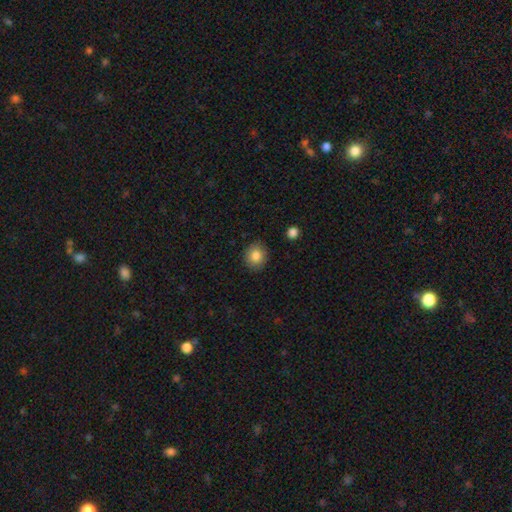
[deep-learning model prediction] A smooth galaxy with no disk features (84%) that is round (74%).

Vote fractions:
- Smooth or featured? smooth: 84% / star or artifact: 9% / featured or disk: 7%
- How rounded? round: 74% / in between: 25% / cigar-shaped: 1%
- Merging? none: 87% / minor disturbance: 9% / major disturbance: 2% / merger: 1%